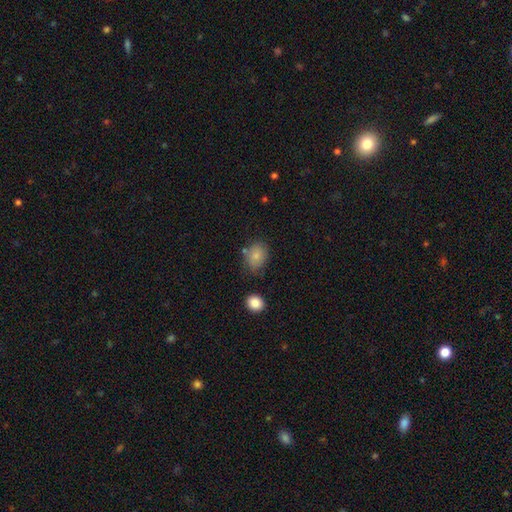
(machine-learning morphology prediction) Smooth or featured? Predicted: smooth (p=0.81). How rounded? Predicted: in between (p=0.52). Merging? Predicted: none (p=0.68).